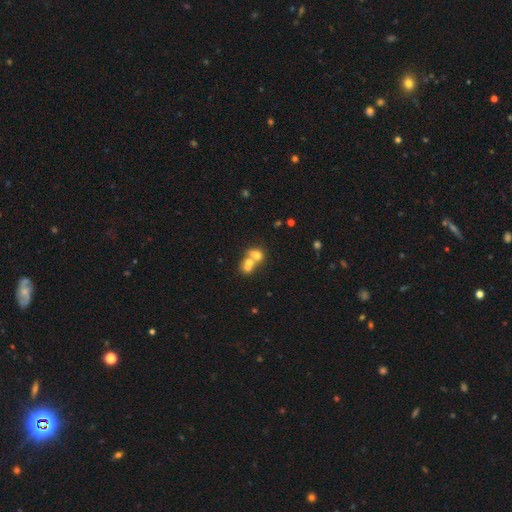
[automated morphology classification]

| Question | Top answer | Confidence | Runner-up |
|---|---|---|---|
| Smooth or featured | smooth | 64% | featured or disk (24%) |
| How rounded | in between | 55% | round (43%) |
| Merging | merger | 69% | none (21%) |